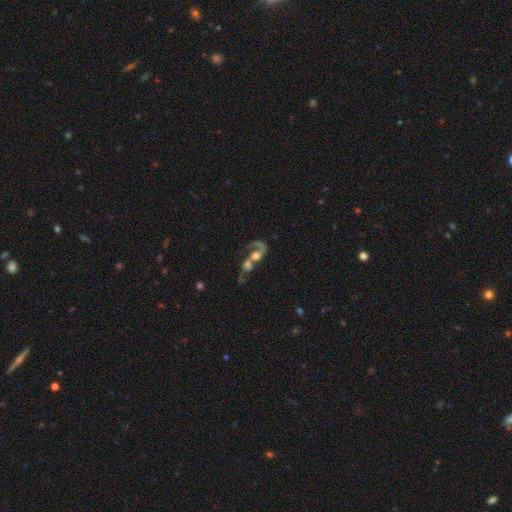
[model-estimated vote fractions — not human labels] Overall: featured or disk (63%; smooth 28%). Edge-on disk: no (96%). Bar: no (72%). Spiral arms: yes (75%). Bulge size: moderate (38%; large 34%). Merging: merger (73%).